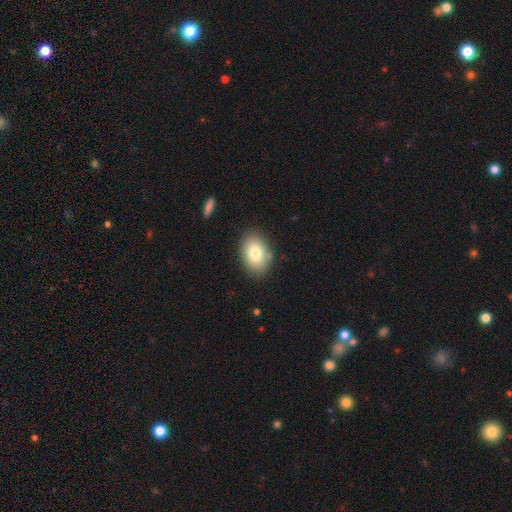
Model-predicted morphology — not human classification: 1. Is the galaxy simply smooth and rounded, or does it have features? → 79% smooth, 12% featured or disk, 9% star or artifact.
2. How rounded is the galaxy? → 84% in between, 15% round, 1% cigar-shaped.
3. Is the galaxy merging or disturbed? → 87% none, 9% minor disturbance, 2% major disturbance, 2% merger.